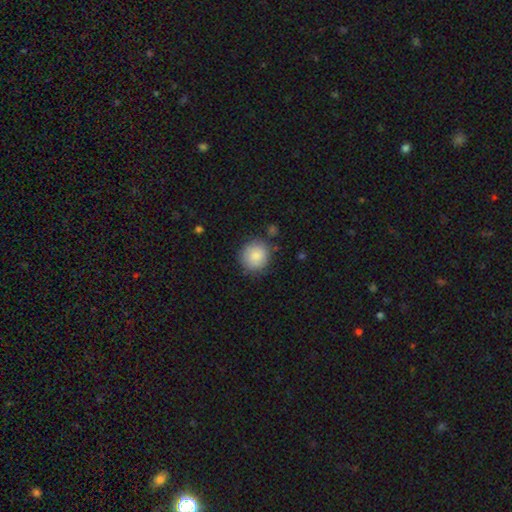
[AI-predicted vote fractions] Smooth or featured: smooth — 86% (featured or disk — 7%)
How rounded: round — 91% (in between — 8%)
Merging: none — 82% (minor disturbance — 12%)